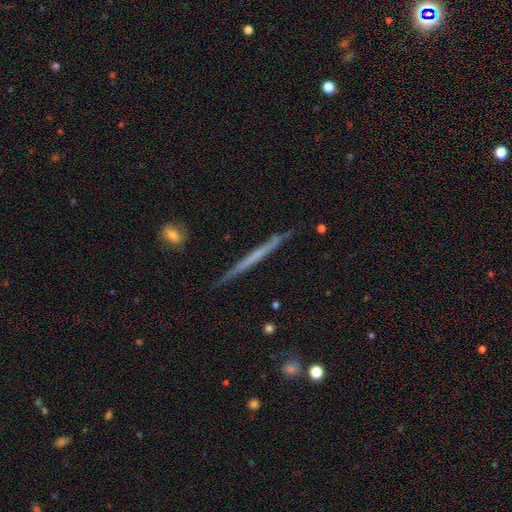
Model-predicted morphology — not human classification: type=featured or disk (58%); edge-on=yes (97%); edge-on bulge=none (89%); merging=none (89%).